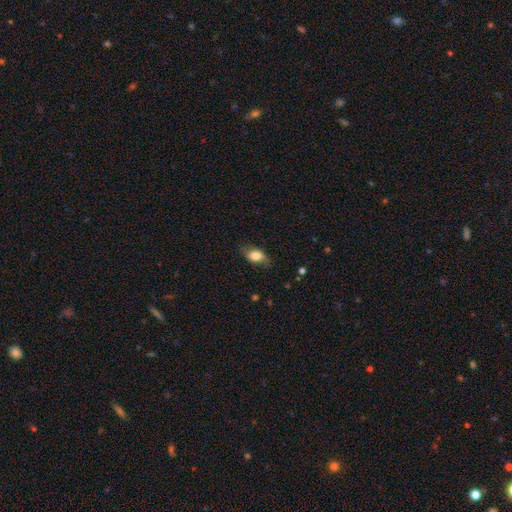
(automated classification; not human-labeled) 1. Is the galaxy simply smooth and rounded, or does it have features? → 73% smooth, 19% featured or disk, 8% star or artifact.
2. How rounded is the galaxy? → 87% in between, 9% round, 4% cigar-shaped.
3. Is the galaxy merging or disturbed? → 71% none, 21% minor disturbance, 7% major disturbance, 1% merger.